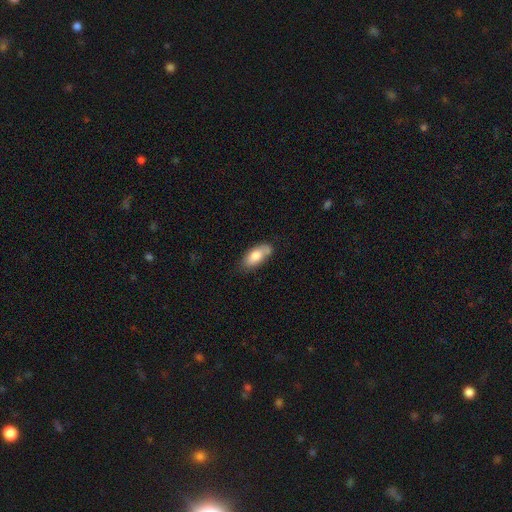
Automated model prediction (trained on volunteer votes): Smooth or featured: smooth — 78% (featured or disk — 15%)
How rounded: in between — 88% (cigar-shaped — 9%)
Merging: none — 62% (minor disturbance — 24%)